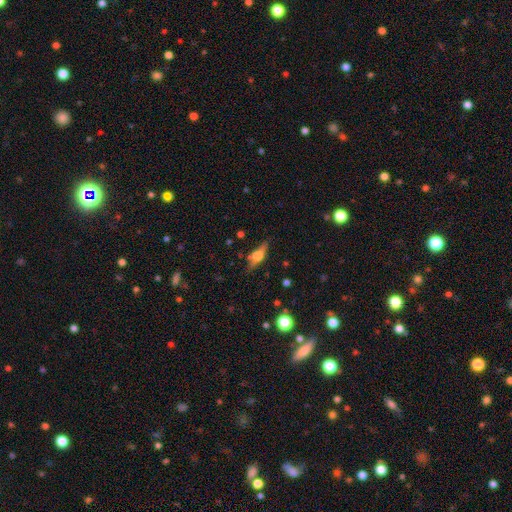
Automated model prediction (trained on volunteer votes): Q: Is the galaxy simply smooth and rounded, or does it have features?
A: featured or disk — 63%.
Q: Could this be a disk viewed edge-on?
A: yes — 93%.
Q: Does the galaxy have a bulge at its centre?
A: rounded — 92%.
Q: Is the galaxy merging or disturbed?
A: none — 78%.